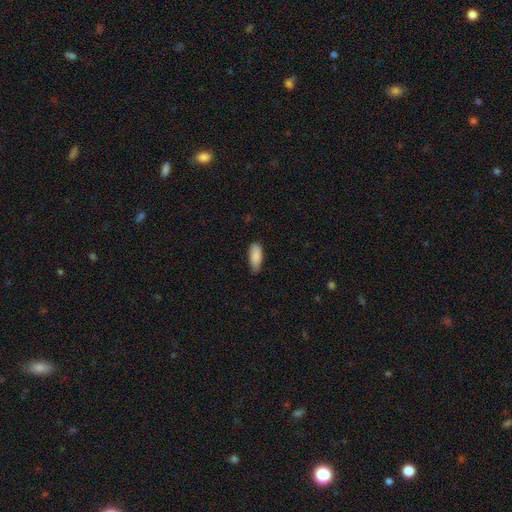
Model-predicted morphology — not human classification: Smooth or featured?
  - smooth: 89% *
  - star or artifact: 6%
  - featured or disk: 5%
How rounded?
  - in between: 77% *
  - cigar-shaped: 22%
  - round: 2%
Merging?
  - none: 74% *
  - minor disturbance: 22%
  - major disturbance: 3%
  - merger: 1%